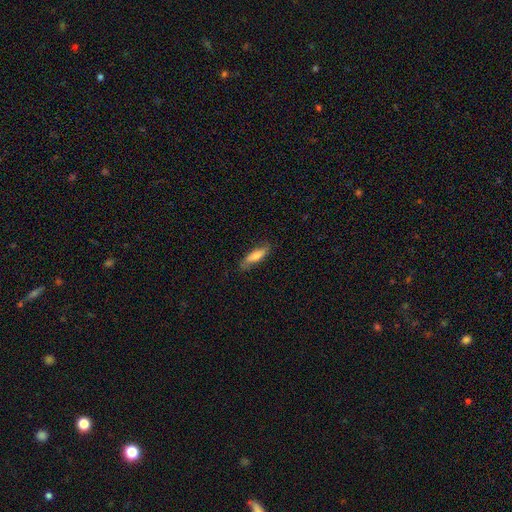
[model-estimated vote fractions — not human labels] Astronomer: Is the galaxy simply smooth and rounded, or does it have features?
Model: smooth — 62%.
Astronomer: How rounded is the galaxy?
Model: cigar-shaped — 56% (runner-up: in between, 41%).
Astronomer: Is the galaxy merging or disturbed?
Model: none — 76%.